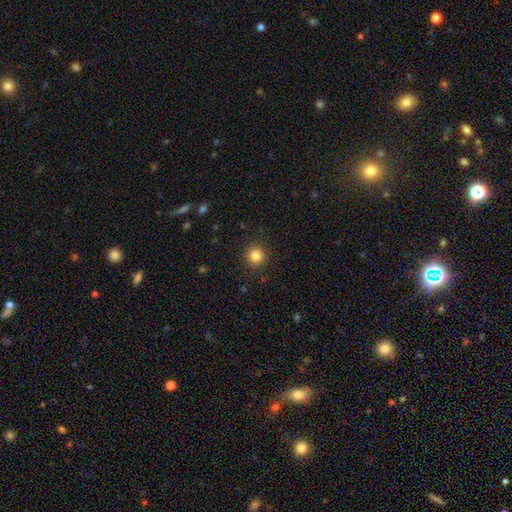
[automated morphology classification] A smooth galaxy with no disk features (84%) that is round (95%).

Vote fractions:
- Smooth or featured? smooth: 84% / star or artifact: 12% / featured or disk: 5%
- How rounded? round: 95% / in between: 5% / cigar-shaped: 1%
- Merging? none: 92% / minor disturbance: 5% / major disturbance: 2% / merger: 1%